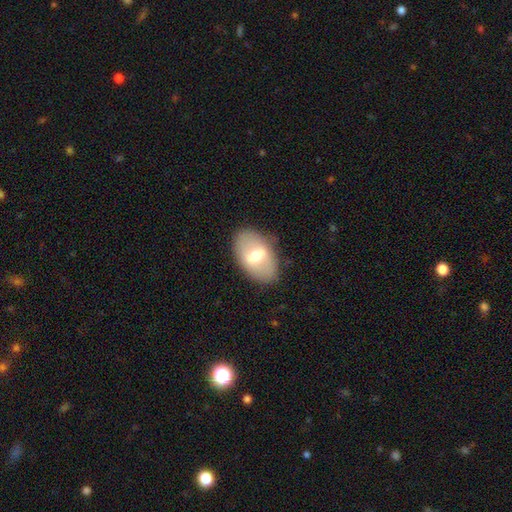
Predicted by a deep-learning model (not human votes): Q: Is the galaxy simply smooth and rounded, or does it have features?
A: smooth — 55%.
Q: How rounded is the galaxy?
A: in between — 89%.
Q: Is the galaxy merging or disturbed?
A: none — 82%.